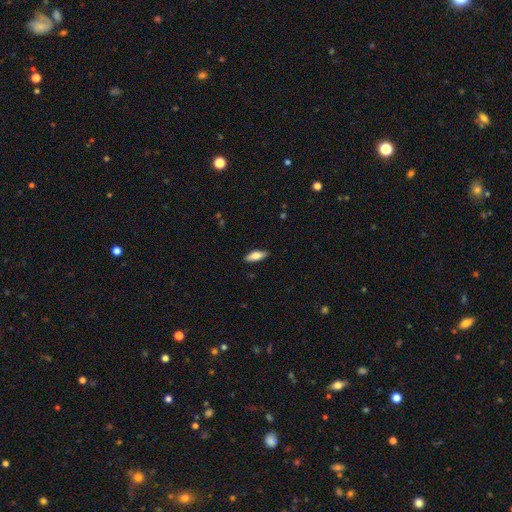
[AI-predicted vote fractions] This is likely a smooth galaxy (74%). How rounded: likely in between (71%). Merging: clearly none (87%).